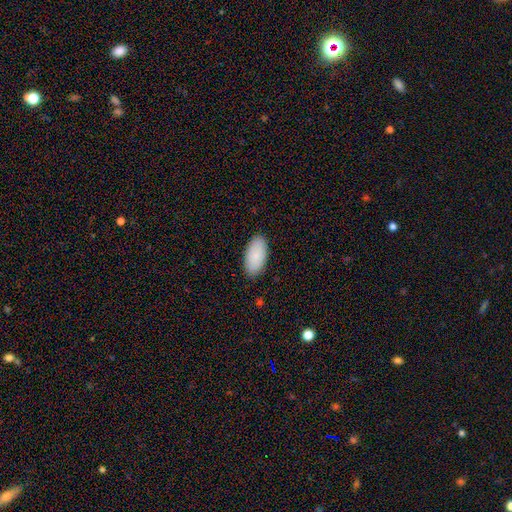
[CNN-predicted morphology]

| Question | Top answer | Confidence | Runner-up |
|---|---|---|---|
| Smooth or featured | smooth | 86% | featured or disk (8%) |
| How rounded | in between | 96% | cigar-shaped (3%) |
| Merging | none | 88% | minor disturbance (9%) |